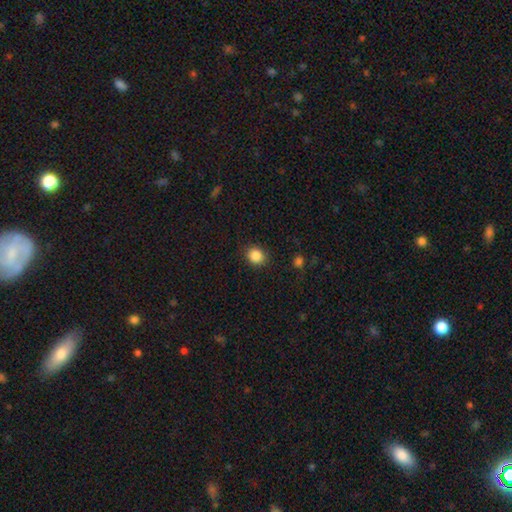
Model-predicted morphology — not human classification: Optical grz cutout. It shows a smooth galaxy with no disk features (86%) that is round (73%). Merging: none (88%).